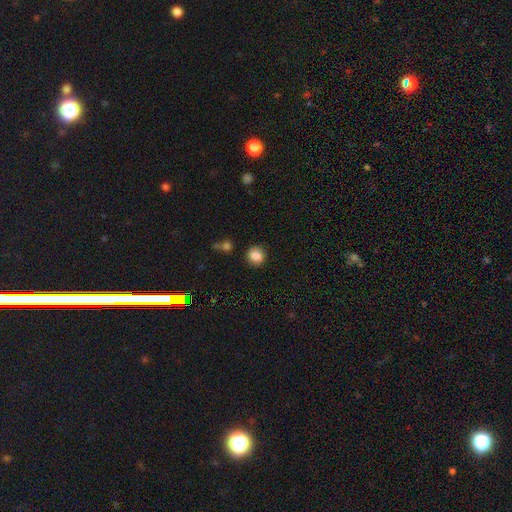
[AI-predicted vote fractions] Q: Smooth or featured?
A: smooth (82%); runner-up: star or artifact (10%)
Q: How rounded?
A: round (86%); runner-up: in between (13%)
Q: Merging?
A: none (85%); runner-up: minor disturbance (9%)